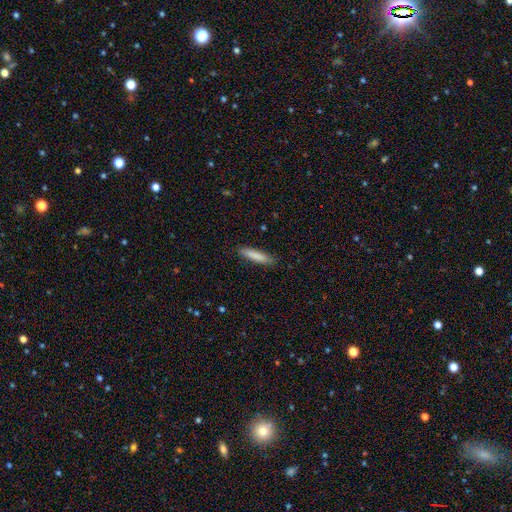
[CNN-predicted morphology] The model was most divided on "how rounded": cigar-shaped: 85%, in between: 13%, round: 1%. More confident: merging — none (86%); smooth or featured — smooth (84%).